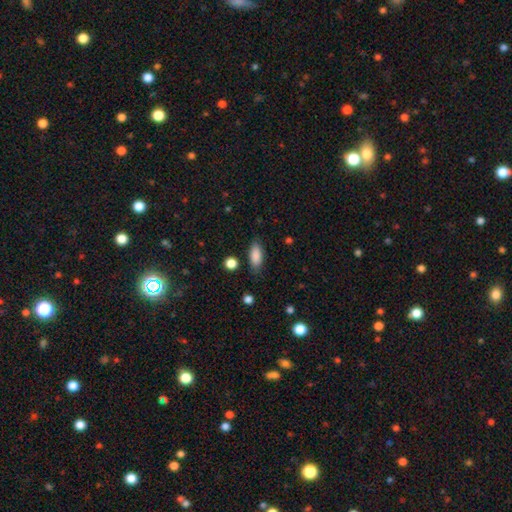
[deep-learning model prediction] smooth_or_featured: smooth (p=0.88) [alt: star or artifact p=0.07]
how_rounded: in between (p=0.82) [alt: cigar-shaped p=0.15]
merging: none (p=0.81) [alt: minor disturbance p=0.13]